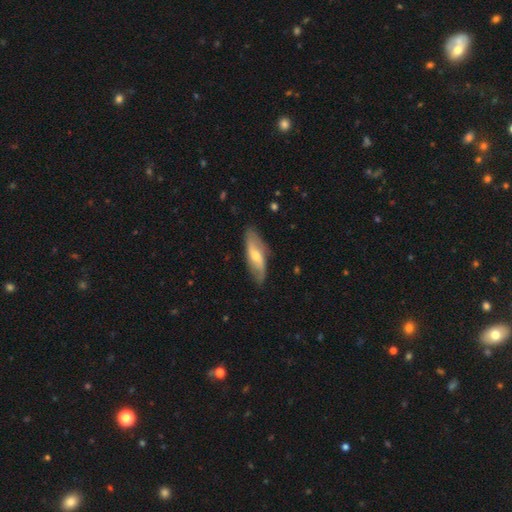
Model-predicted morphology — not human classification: Smooth or featured? featured or disk (59%)
Edge-on disk? no (80%)
Merging? none (79%)